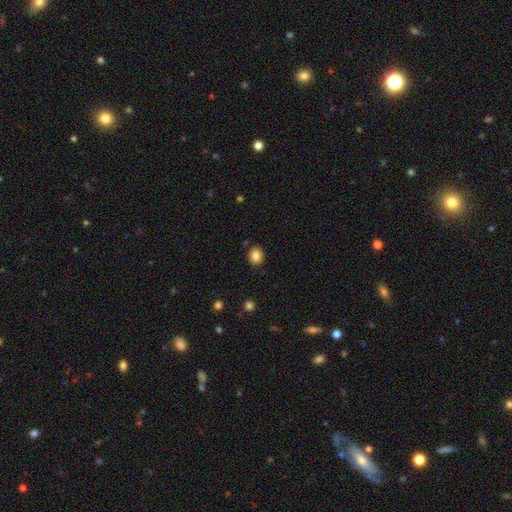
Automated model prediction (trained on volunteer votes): Smooth or featured? smooth (85%)
How rounded? round (72%)
Merging? none (88%)